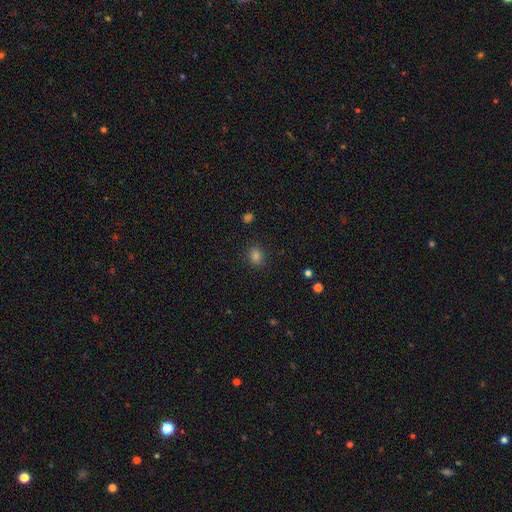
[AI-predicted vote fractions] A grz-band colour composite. It shows a smooth galaxy with no disk features (80%) that is in between round and cigar-shaped (52%). Merging: none (88%).